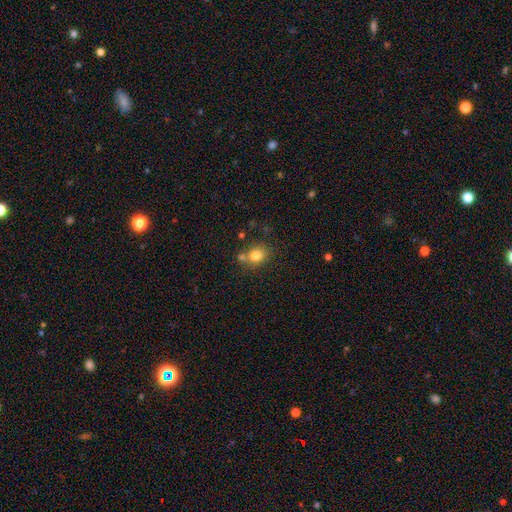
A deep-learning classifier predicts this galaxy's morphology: The model was most divided on "how rounded": round: 61%, in between: 38%, cigar-shaped: 1%. More confident: smooth or featured — smooth (79%); merging — none (64%).